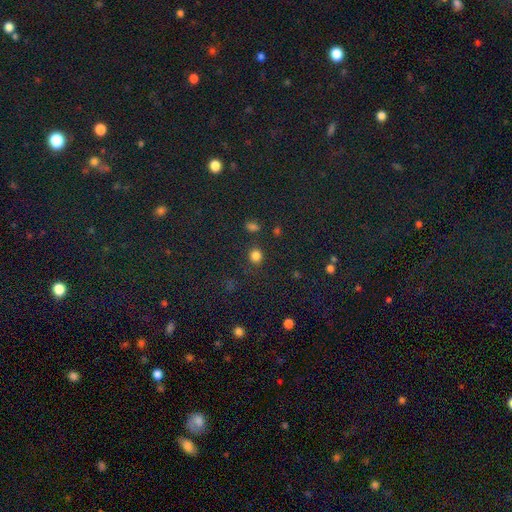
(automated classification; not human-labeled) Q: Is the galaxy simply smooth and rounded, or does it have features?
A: smooth — 82%.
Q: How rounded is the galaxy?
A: round — 81%.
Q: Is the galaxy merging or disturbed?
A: none — 83%.